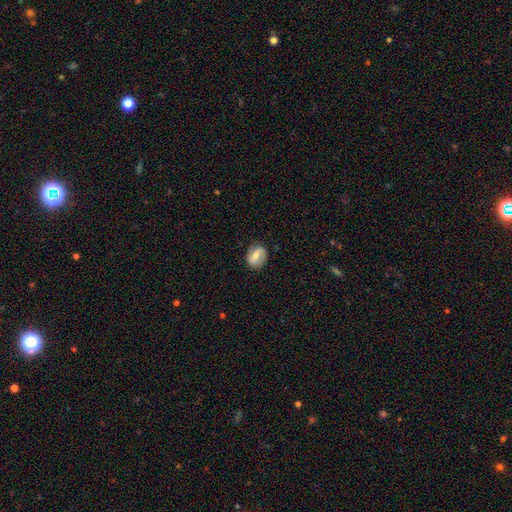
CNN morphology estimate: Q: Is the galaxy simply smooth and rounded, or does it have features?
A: featured or disk — 47%.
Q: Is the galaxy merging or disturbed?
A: none — 79%.